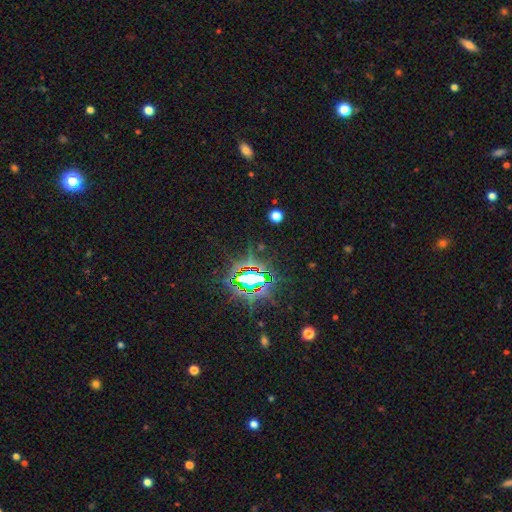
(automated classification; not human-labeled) The model was most divided on "smooth or featured": star or artifact: 83%, smooth: 9%, featured or disk: 7%.